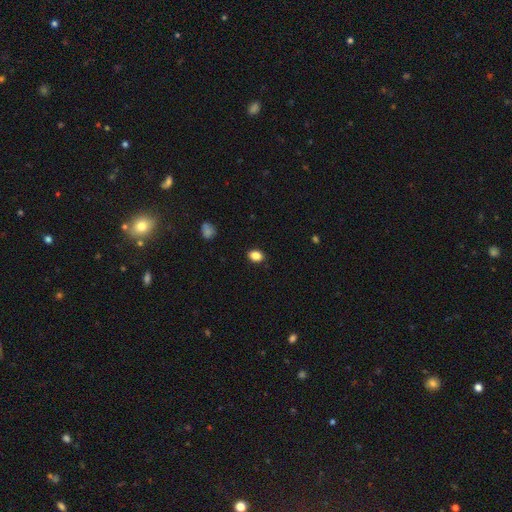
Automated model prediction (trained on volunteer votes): smooth_or_featured: smooth (p=0.86) [alt: star or artifact p=0.10]
how_rounded: in between (p=0.67) [alt: round p=0.32]
merging: none (p=0.89) [alt: minor disturbance p=0.08]